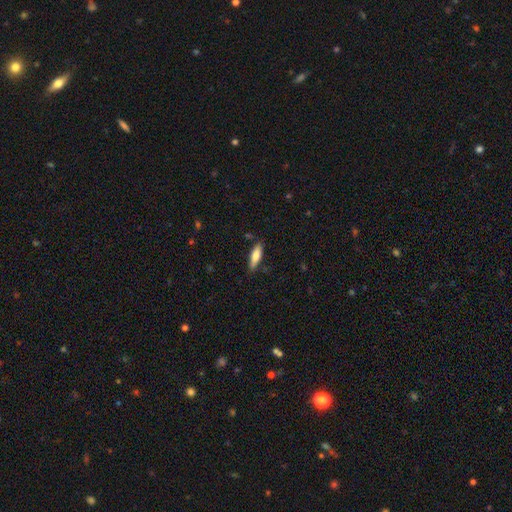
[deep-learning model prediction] A smooth galaxy with no disk features (75%) that is cigar-shaped (56%). Merging: none (82%).